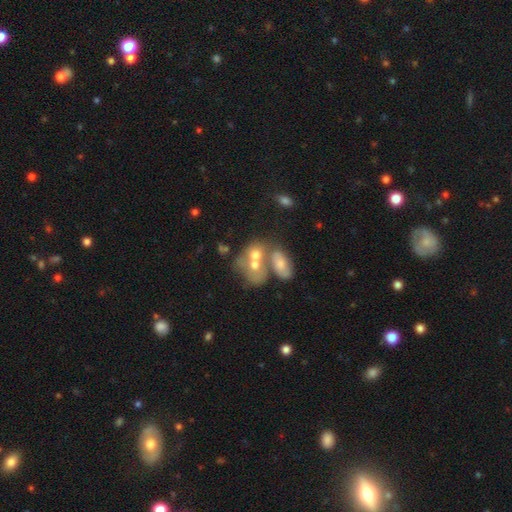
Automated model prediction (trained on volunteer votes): Smooth or featured: smooth — 56% (featured or disk — 32%)
How rounded: in between — 63% (round — 36%)
Merging: merger — 65% (none — 19%)